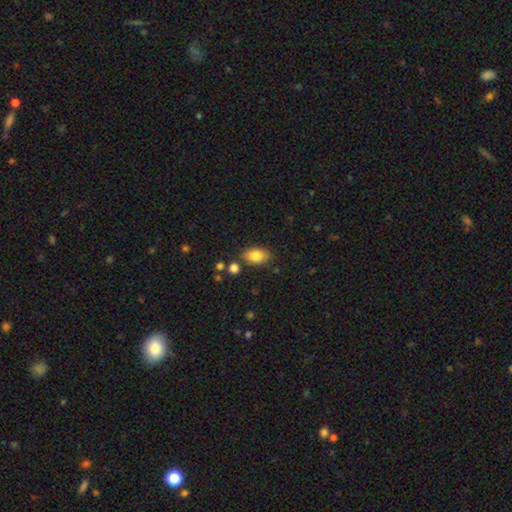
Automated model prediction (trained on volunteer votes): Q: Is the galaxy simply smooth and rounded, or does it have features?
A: smooth — 84%.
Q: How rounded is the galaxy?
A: in between — 88%.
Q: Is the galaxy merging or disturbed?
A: none — 81%.